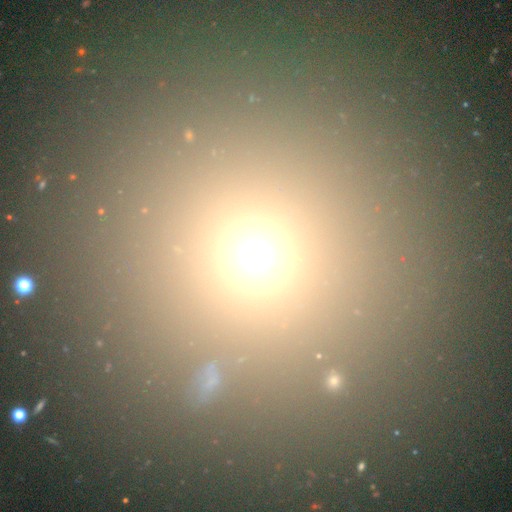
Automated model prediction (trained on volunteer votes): Overall: smooth (64%; star or artifact 25%). How rounded: round (82%). Merging: none (73%).